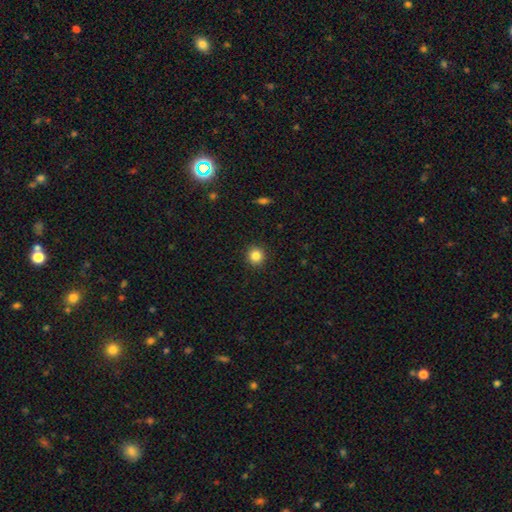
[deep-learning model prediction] A smooth galaxy with no disk features (84%) that is round (94%).

Vote fractions:
- Smooth or featured? smooth: 84% / star or artifact: 11% / featured or disk: 5%
- How rounded? round: 94% / in between: 5% / cigar-shaped: 1%
- Merging? none: 92% / minor disturbance: 5% / major disturbance: 2% / merger: 1%